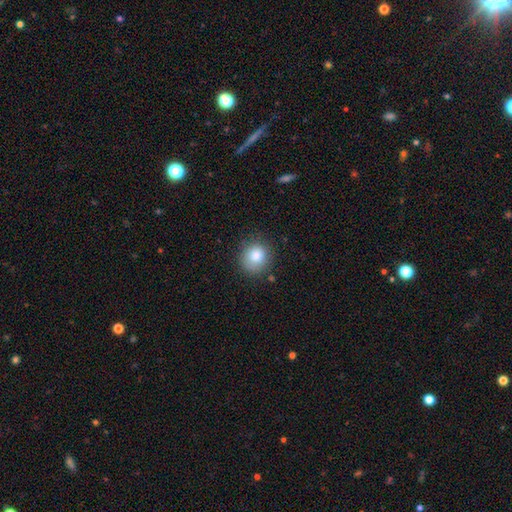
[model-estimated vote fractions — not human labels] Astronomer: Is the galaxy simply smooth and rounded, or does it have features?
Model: smooth — 83%.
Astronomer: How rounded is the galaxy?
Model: round — 86%.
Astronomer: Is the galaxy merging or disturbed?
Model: none — 79%.